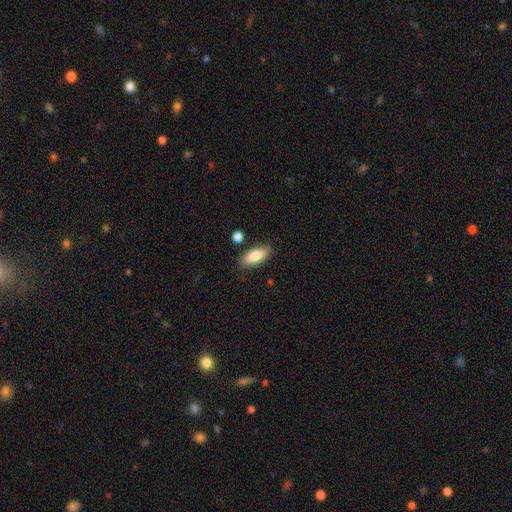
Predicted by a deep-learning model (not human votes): Smooth or featured? Predicted: smooth (p=0.83). How rounded? Predicted: in between (p=0.83). Merging? Predicted: none (p=0.82).